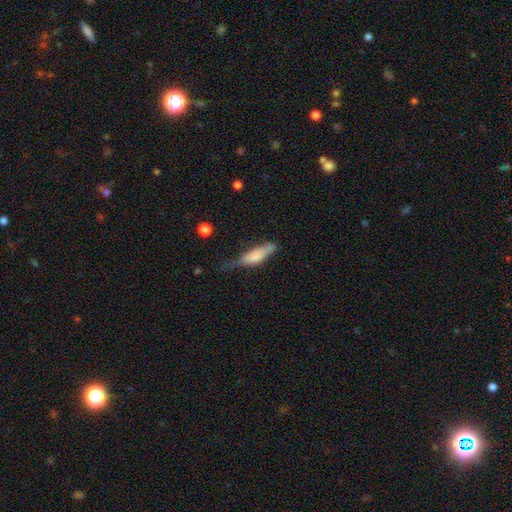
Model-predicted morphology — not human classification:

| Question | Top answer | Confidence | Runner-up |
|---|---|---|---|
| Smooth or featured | smooth | 71% | featured or disk (22%) |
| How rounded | cigar-shaped | 55% | in between (43%) |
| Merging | minor disturbance | 42% | none (31%) |